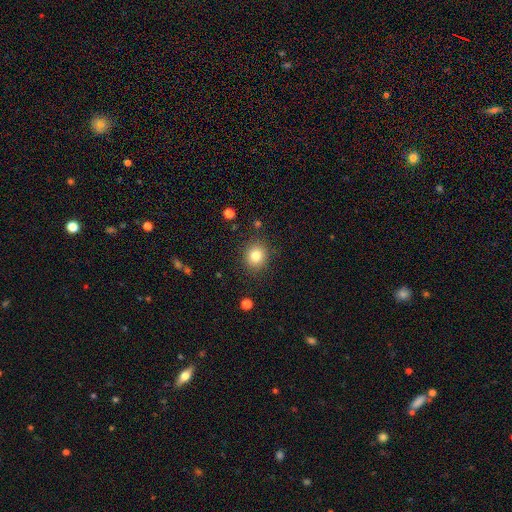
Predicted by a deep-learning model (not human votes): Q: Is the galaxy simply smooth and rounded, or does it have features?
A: smooth — 82%.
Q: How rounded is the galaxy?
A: round — 81%.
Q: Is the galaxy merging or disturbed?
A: none — 87%.